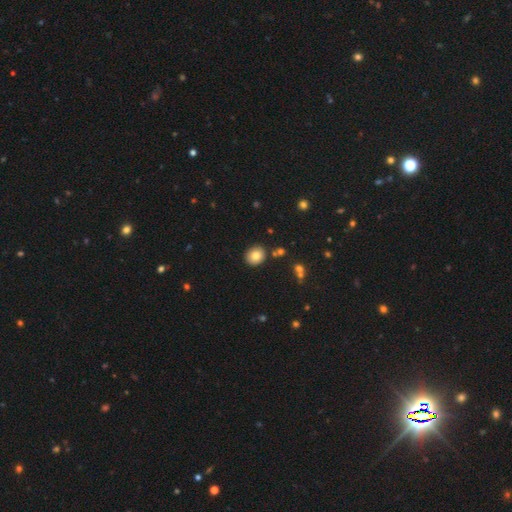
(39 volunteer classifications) Overall: smooth (85%). How rounded: round (67%; in between 33%). Merging: none (97%).